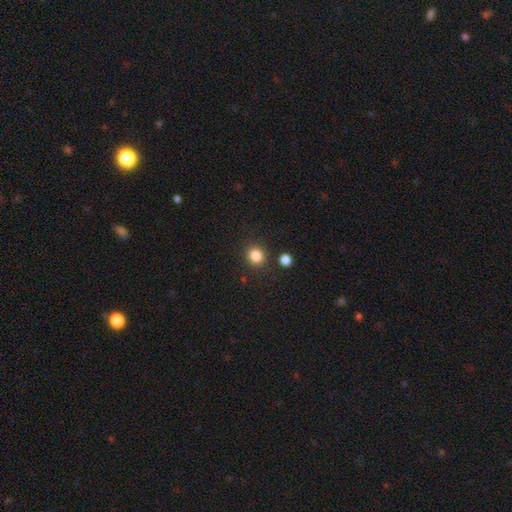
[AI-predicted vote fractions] Smooth or featured: smooth — 84% (star or artifact — 11%)
How rounded: round — 81% (in between — 18%)
Merging: none — 85% (minor disturbance — 8%)